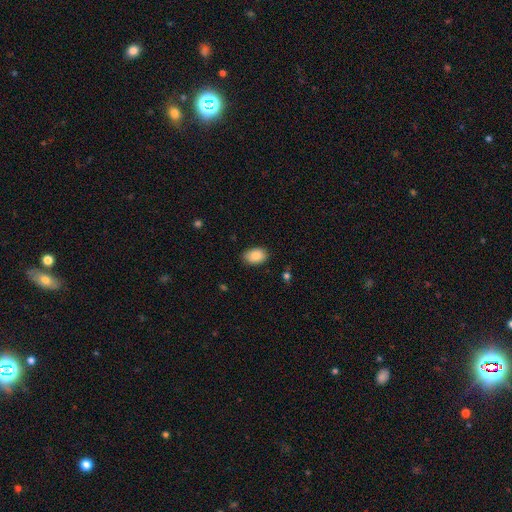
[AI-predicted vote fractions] Overall: smooth (88%). How rounded: in between (86%). Merging: none (85%).